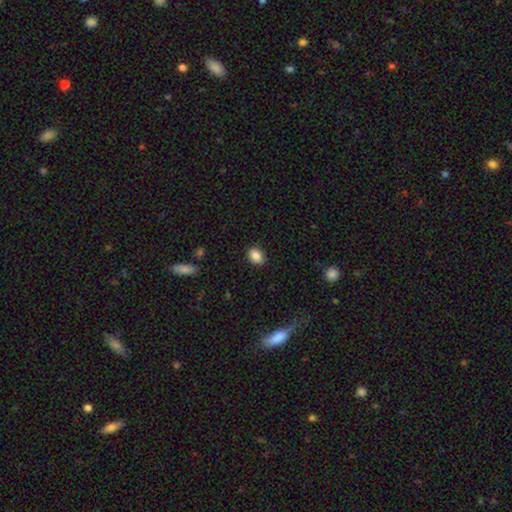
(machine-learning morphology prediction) smooth_or_featured: smooth (p=0.87) [alt: star or artifact p=0.09]
how_rounded: in between (p=0.58) [alt: round p=0.41]
merging: none (p=0.87) [alt: minor disturbance p=0.09]